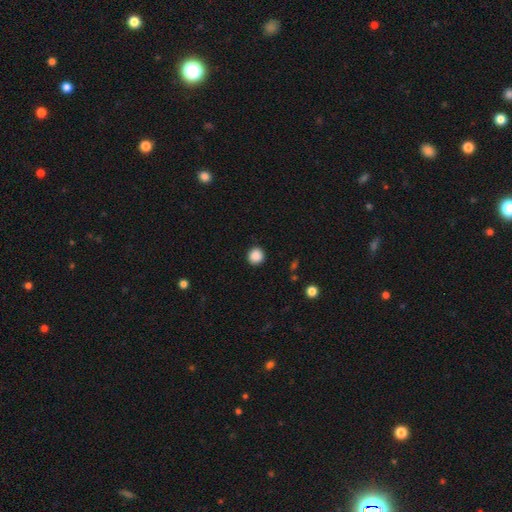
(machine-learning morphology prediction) smooth_or_featured: smooth (p=0.88) [alt: star or artifact p=0.09]
how_rounded: round (p=0.92) [alt: in between p=0.07]
merging: none (p=0.90) [alt: minor disturbance p=0.06]